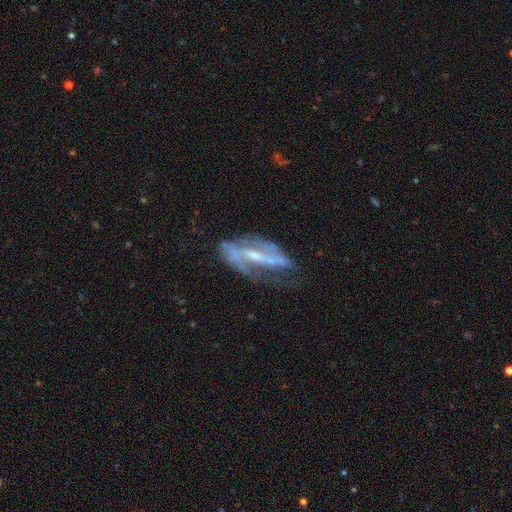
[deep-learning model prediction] Smooth or featured: featured or disk — 83% (smooth — 10%)
Edge-on disk: no — 88% (yes — 12%)
Bar: strong — 50% (weak — 32%)
Spiral arms: yes — 87% (no — 13%)
Spiral winding: medium — 42% (loose — 36%)
Spiral arm count: 2 — 75% (can't tell — 13%)
Bulge size: small — 53% (moderate — 35%)
Merging: none — 51% (minor disturbance — 24%)